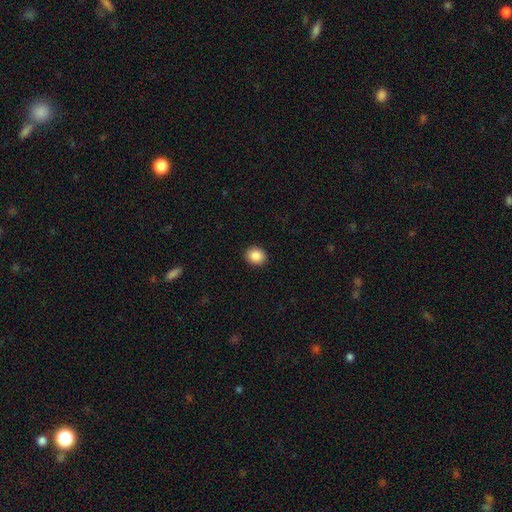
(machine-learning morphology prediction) Smooth or featured? smooth (88%)
How rounded? round (64%)
Merging? none (92%)